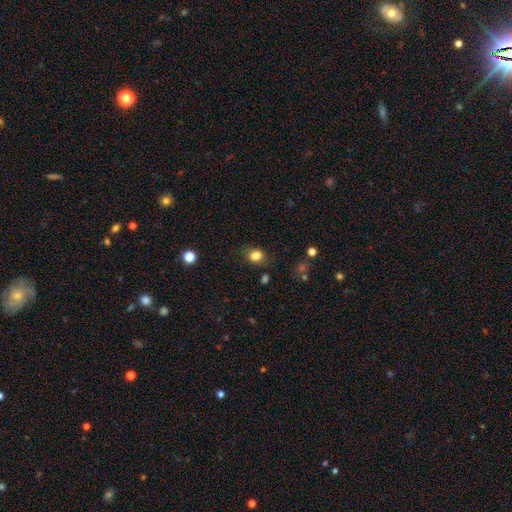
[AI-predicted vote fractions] A smooth galaxy with no disk features (83%) that is round (59%).

Vote fractions:
- Smooth or featured? smooth: 83% / star or artifact: 11% / featured or disk: 6%
- How rounded? round: 59% / in between: 40% / cigar-shaped: 1%
- Merging? none: 76% / minor disturbance: 17% / major disturbance: 6% / merger: 2%